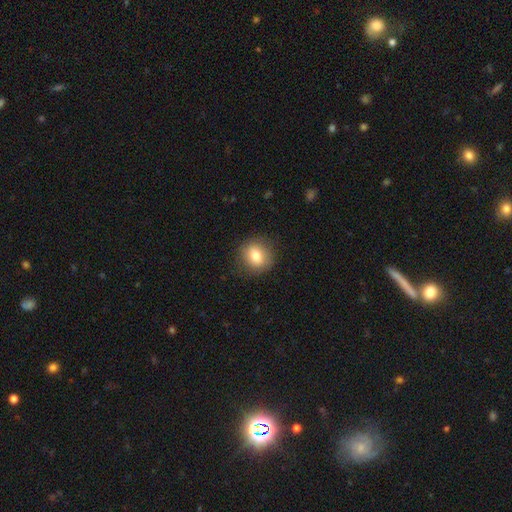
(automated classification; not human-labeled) smooth 78%, featured or disk 13%, star or artifact 9%. Down the decision tree: how rounded — round (76%); merging — none (86%).